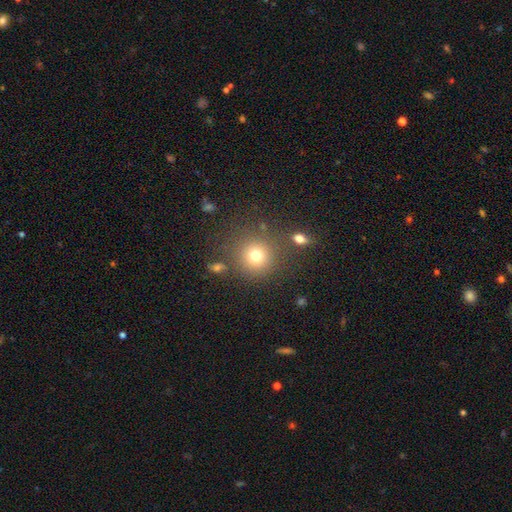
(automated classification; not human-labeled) smooth_or_featured: smooth (p=0.76) [alt: star or artifact p=0.15]
how_rounded: round (p=0.93) [alt: in between p=0.07]
merging: none (p=0.81) [alt: minor disturbance p=0.09]